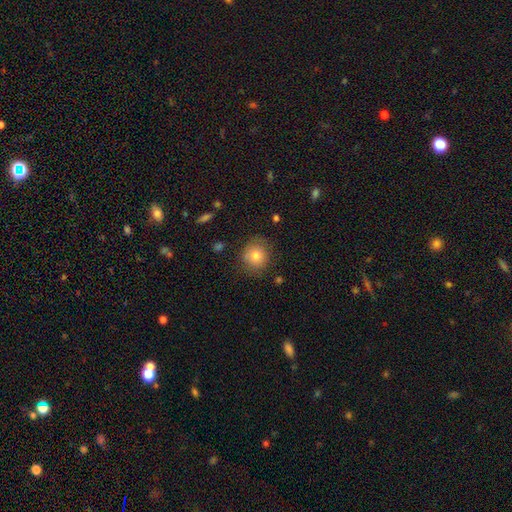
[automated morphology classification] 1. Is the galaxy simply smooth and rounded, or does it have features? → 78% smooth, 11% featured or disk, 10% star or artifact.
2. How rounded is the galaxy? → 86% round, 13% in between, 1% cigar-shaped.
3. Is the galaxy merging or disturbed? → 79% none, 15% minor disturbance, 4% major disturbance, 2% merger.